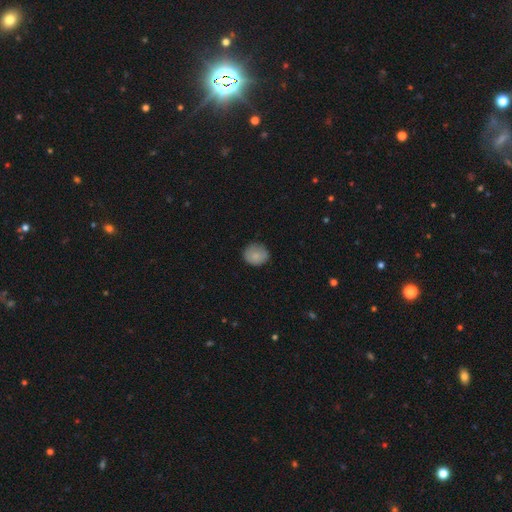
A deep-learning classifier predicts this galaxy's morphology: A smooth galaxy with no disk features (84%) that is round (82%).

Vote fractions:
- Smooth or featured? smooth: 84% / star or artifact: 8% / featured or disk: 8%
- How rounded? round: 82% / in between: 17% / cigar-shaped: 1%
- Merging? none: 82% / minor disturbance: 14% / major disturbance: 3% / merger: 1%